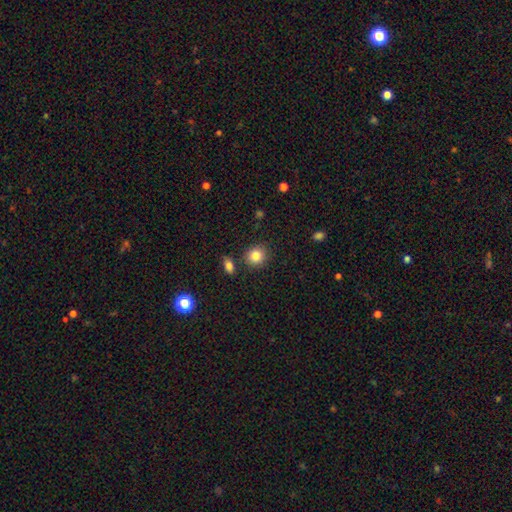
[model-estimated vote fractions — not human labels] Smooth or featured? Predicted: smooth (p=0.84). How rounded? Predicted: round (p=0.82). Merging? Predicted: none (p=0.84).